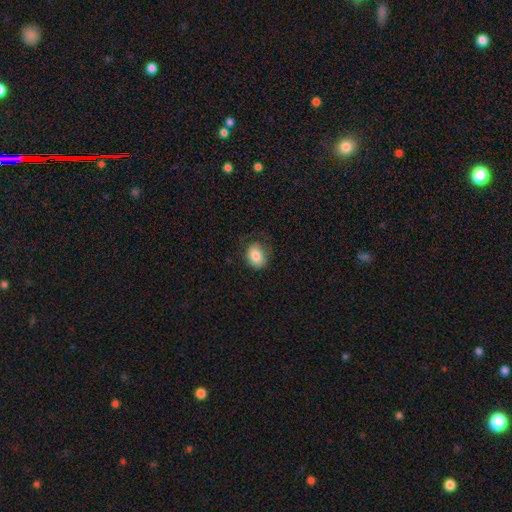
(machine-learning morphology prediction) smooth-or-featured: smooth: 81% | featured or disk: 10% | star or artifact: 8%
  how-rounded: in between: 59% | round: 40% | cigar-shaped: 1%
  merging: none: 66% | minor disturbance: 23% | major disturbance: 10% | merger: 1%